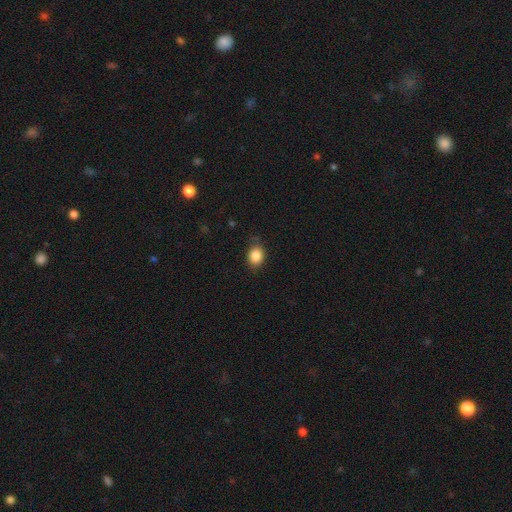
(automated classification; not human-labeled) smooth-or-featured: smooth: 86% | star or artifact: 9% | featured or disk: 5%
  how-rounded: in between: 53% | round: 46% | cigar-shaped: 1%
  merging: none: 76% | minor disturbance: 19% | major disturbance: 4% | merger: 1%